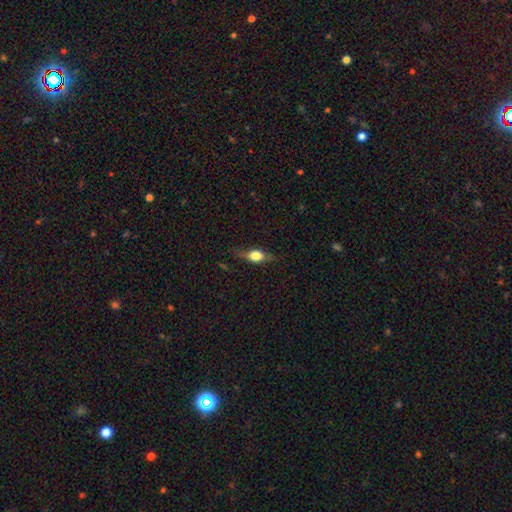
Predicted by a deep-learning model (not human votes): This is possibly a smooth galaxy (52%). How rounded: likely in between (64%). Merging: likely none (72%).